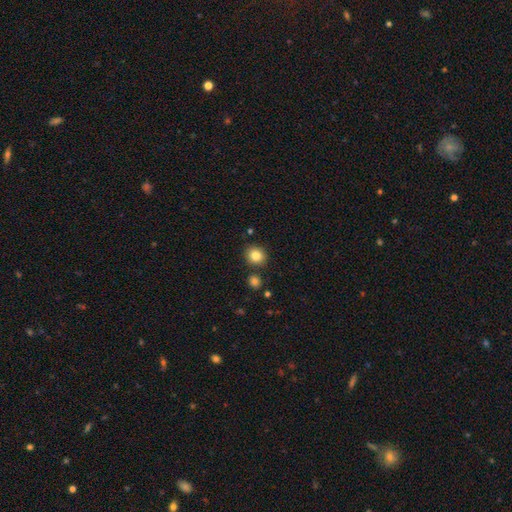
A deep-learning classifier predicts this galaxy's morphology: smooth 84%, star or artifact 10%, featured or disk 6%. Down the decision tree: how rounded — round (80%); merging — none (84%).